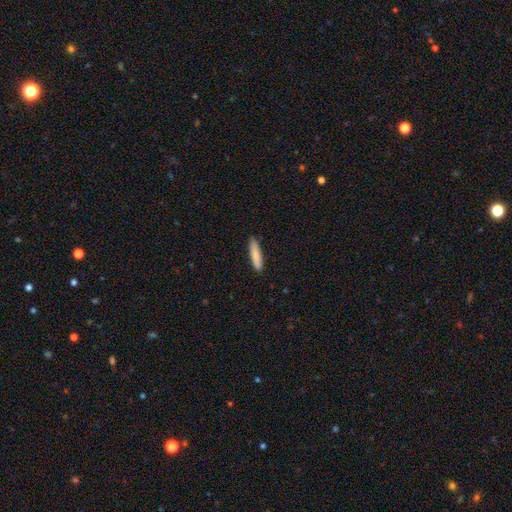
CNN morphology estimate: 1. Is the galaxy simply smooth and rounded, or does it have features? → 84% smooth, 11% featured or disk, 6% star or artifact.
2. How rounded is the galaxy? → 85% cigar-shaped, 13% in between, 1% round.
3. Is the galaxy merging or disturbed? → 89% none, 8% minor disturbance, 2% major disturbance, 1% merger.